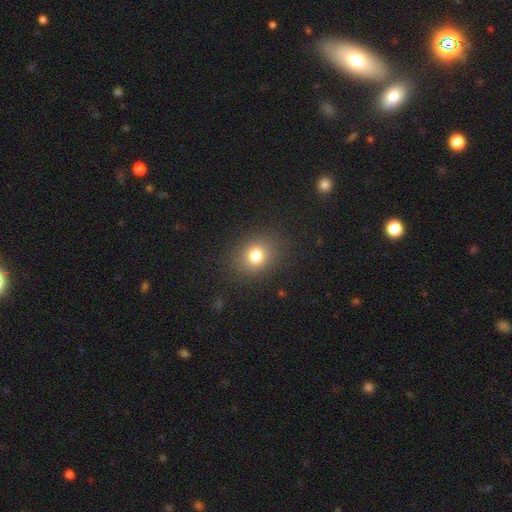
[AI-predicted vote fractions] Q: Smooth or featured?
A: smooth (77%); runner-up: star or artifact (14%)
Q: How rounded?
A: round (64%); runner-up: in between (35%)
Q: Merging?
A: none (86%); runner-up: minor disturbance (9%)